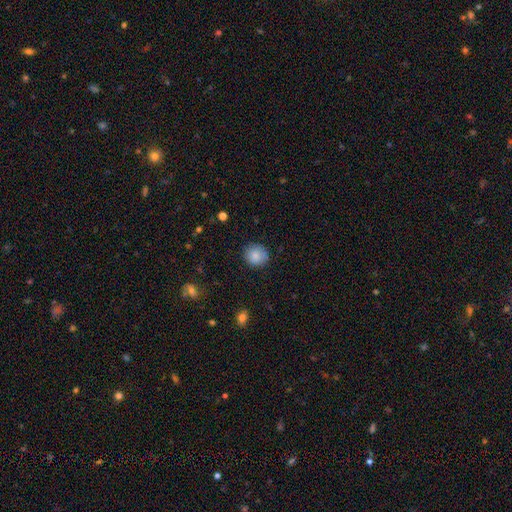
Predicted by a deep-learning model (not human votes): smooth 85%, star or artifact 8%, featured or disk 7%. Down the decision tree: how rounded — round (84%); merging — none (84%).